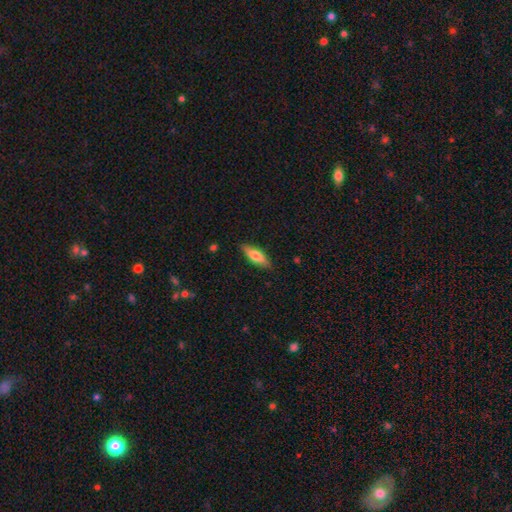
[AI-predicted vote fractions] smooth 70%, featured or disk 24%, star or artifact 6%. Down the decision tree: how rounded — in between (56%); merging — none (86%).